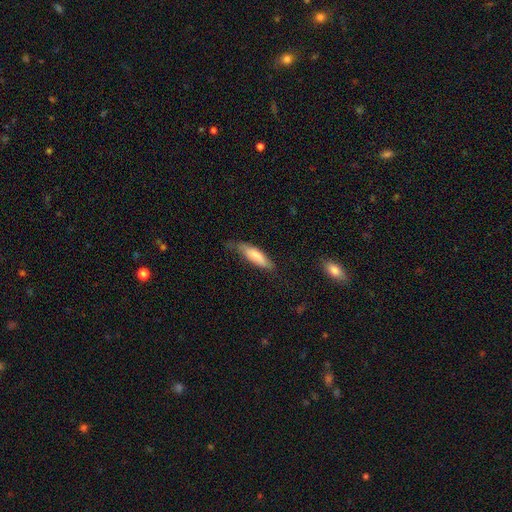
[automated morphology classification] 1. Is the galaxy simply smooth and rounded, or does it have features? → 77% smooth, 18% featured or disk, 6% star or artifact.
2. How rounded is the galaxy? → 62% cigar-shaped, 36% in between, 2% round.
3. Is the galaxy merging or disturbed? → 54% none, 34% minor disturbance, 11% major disturbance, 2% merger.